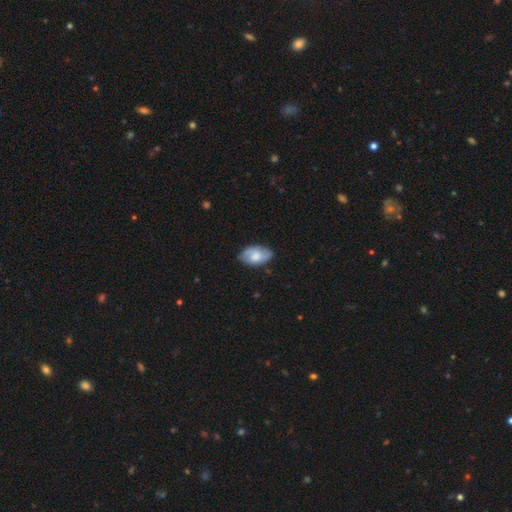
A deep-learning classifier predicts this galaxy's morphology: A smooth galaxy with no disk features (55%) that is in between round and cigar-shaped (92%). Merging: none (76%).